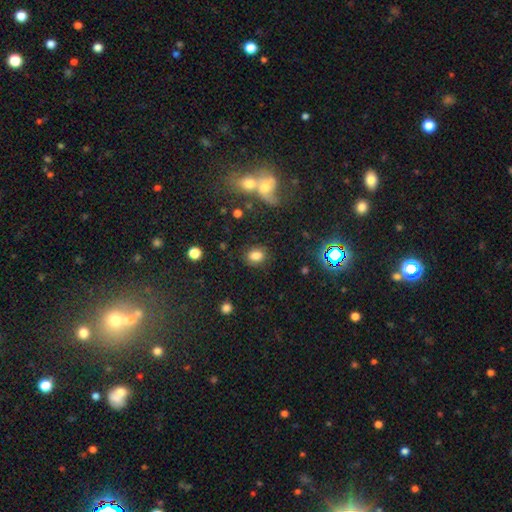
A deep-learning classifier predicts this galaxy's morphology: smooth 81%, star or artifact 12%, featured or disk 8%. Down the decision tree: how rounded — in between (62%); merging — none (82%).